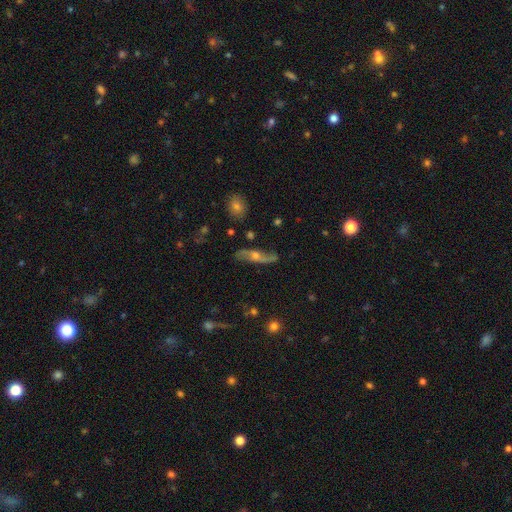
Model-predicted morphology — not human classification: Q: Smooth or featured?
A: featured or disk (74%); runner-up: smooth (17%)
Q: Edge-on disk?
A: no (67%); runner-up: yes (33%)
Q: Merging?
A: none (74%); runner-up: minor disturbance (16%)